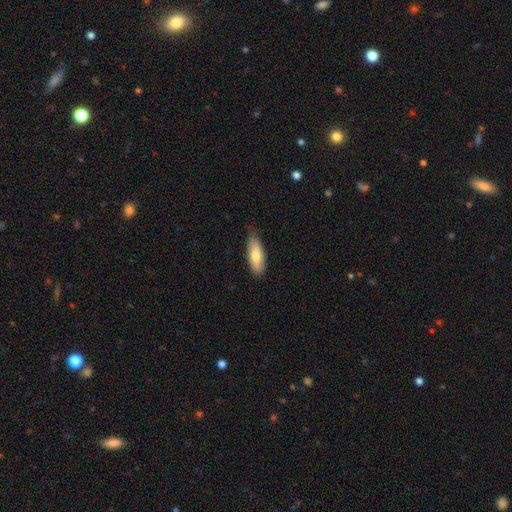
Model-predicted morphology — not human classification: The model was most divided on "how rounded": in between: 68%, cigar-shaped: 29%, round: 2%. More confident: merging — none (74%); smooth or featured — smooth (70%).